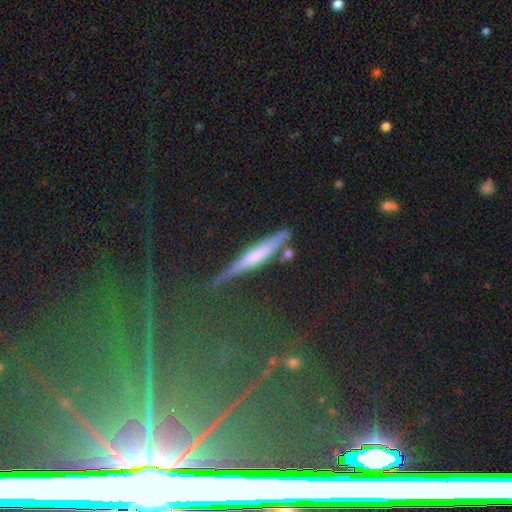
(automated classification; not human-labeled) The model was most divided on "smooth or featured": smooth: 48%, featured or disk: 43%, star or artifact: 9%. More confident: merging — none (68%).